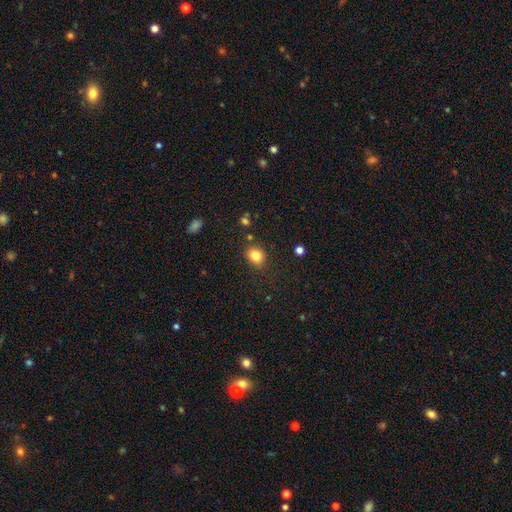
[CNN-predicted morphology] Q: Smooth or featured?
A: smooth (83%); runner-up: star or artifact (11%)
Q: How rounded?
A: round (54%); runner-up: in between (45%)
Q: Merging?
A: none (80%); runner-up: minor disturbance (13%)